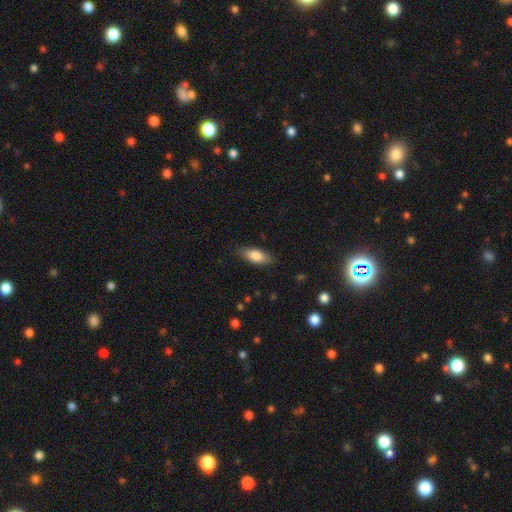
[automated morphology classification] This appears to be a smooth galaxy with no disk features (80%) that is in between round and cigar-shaped (79%). Merging: none (83%).